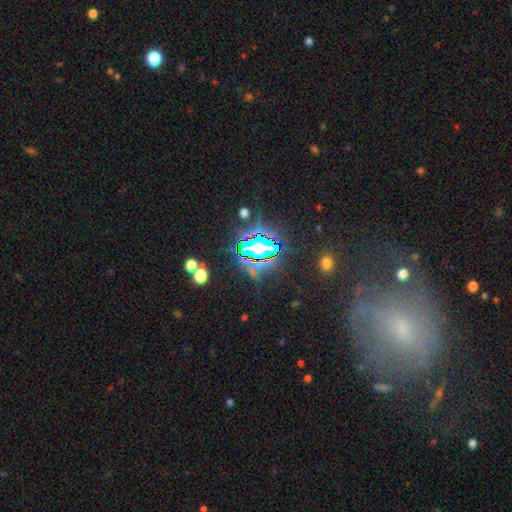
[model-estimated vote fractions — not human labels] Smooth or featured?
  - star or artifact: 73% *
  - featured or disk: 13%
  - smooth: 13%